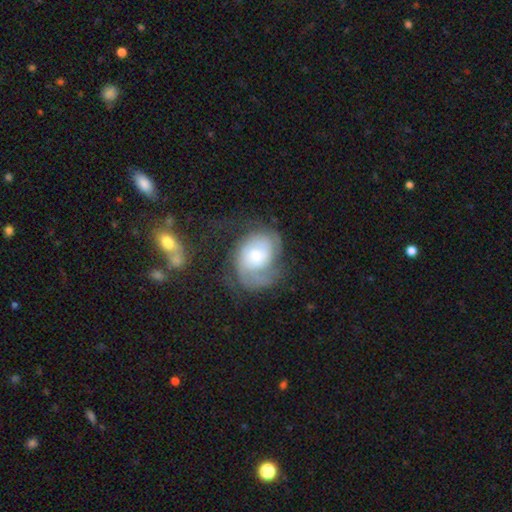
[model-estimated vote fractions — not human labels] smooth-or-featured: featured or disk: 72% | smooth: 22% | star or artifact: 7%
  disk-edge-on: no: 97% | yes: 3%
    bar: no: 62% | weak: 33% | strong: 5%
    has-spiral-arms: yes: 89% | no: 11%
      spiral-winding: tight: 48% | medium: 37% | loose: 15%
      spiral-arm-count: 2: 43% | can't tell: 29% | 1: 12% | 3: 10% | 4: 3% | more than 4: 3%
    bulge-size: moderate: 54% | large: 21% | small: 19% | none: 3% | dominant: 2%
  merging: none: 46% | major disturbance: 26% | minor disturbance: 24% | merger: 4%